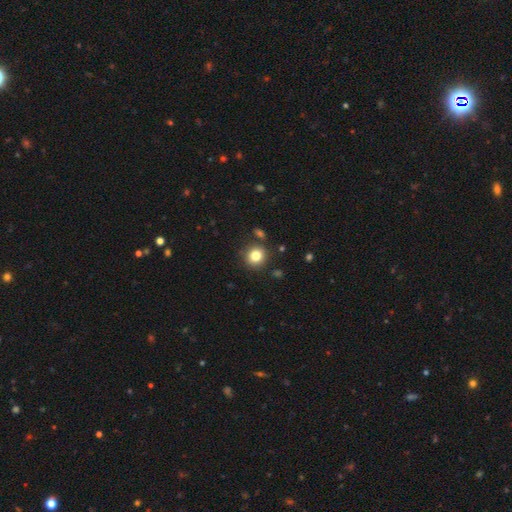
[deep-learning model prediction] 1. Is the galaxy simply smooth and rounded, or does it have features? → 82% smooth, 12% star or artifact, 7% featured or disk.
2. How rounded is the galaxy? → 86% round, 13% in between, 1% cigar-shaped.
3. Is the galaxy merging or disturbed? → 86% none, 8% minor disturbance, 4% merger, 2% major disturbance.